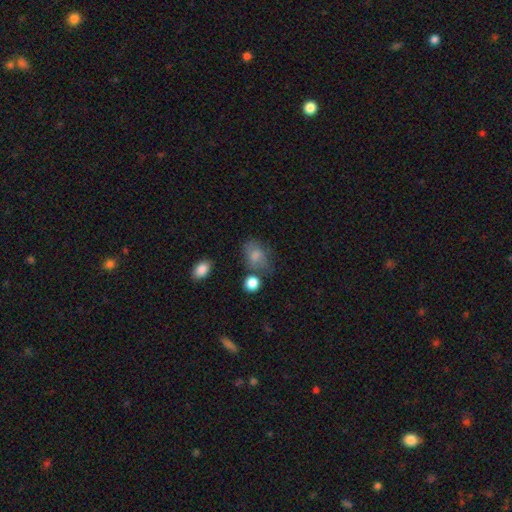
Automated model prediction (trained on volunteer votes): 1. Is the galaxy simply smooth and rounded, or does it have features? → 75% smooth, 14% featured or disk, 10% star or artifact.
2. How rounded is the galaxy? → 74% in between, 25% round, 2% cigar-shaped.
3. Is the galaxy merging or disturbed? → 50% none, 26% minor disturbance, 14% major disturbance, 10% merger.